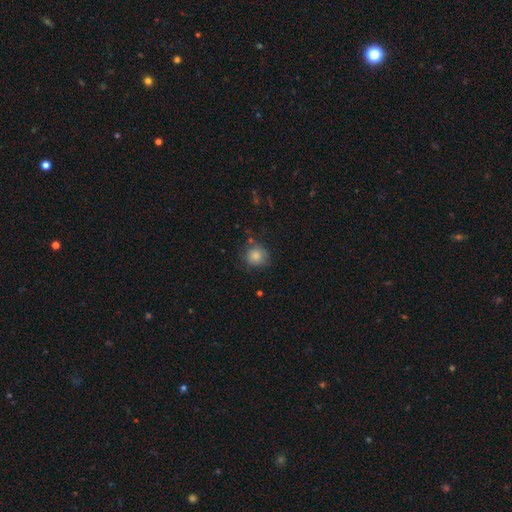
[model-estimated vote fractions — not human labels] Smooth or featured? smooth (83%)
How rounded? round (88%)
Merging? none (72%)